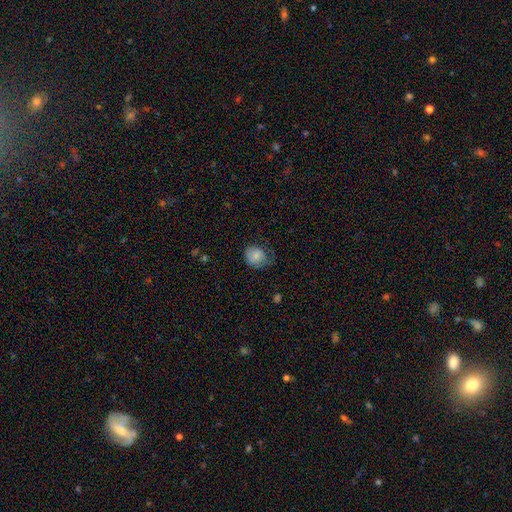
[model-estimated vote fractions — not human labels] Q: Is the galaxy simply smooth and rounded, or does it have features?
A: smooth — 77%.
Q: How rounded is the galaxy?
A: round — 64%.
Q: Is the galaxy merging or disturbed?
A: none — 47%.